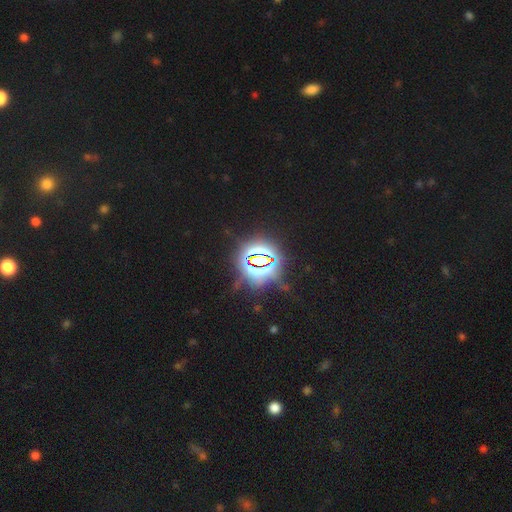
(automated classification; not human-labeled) Q: Smooth or featured?
A: star or artifact (83%); runner-up: smooth (10%)